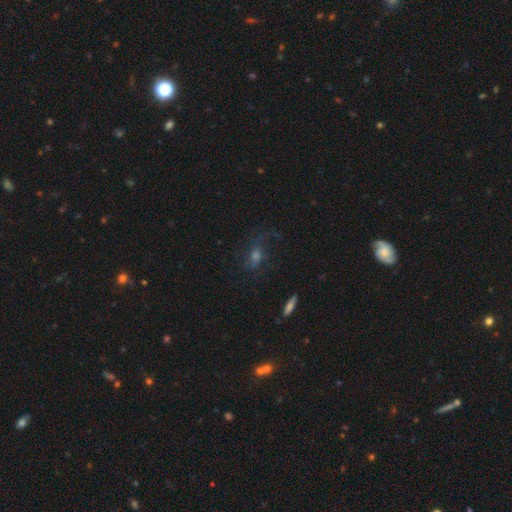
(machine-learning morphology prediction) Q: Smooth or featured?
A: featured or disk (43%); runner-up: smooth (31%)
Q: Merging?
A: none (61%); runner-up: major disturbance (19%)